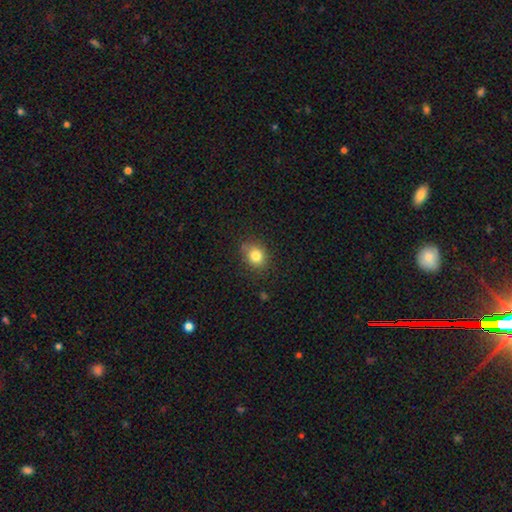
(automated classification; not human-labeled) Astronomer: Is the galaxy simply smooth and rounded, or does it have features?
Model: smooth — 82%.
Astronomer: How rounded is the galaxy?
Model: round — 63%.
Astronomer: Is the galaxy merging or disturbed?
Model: none — 77%.